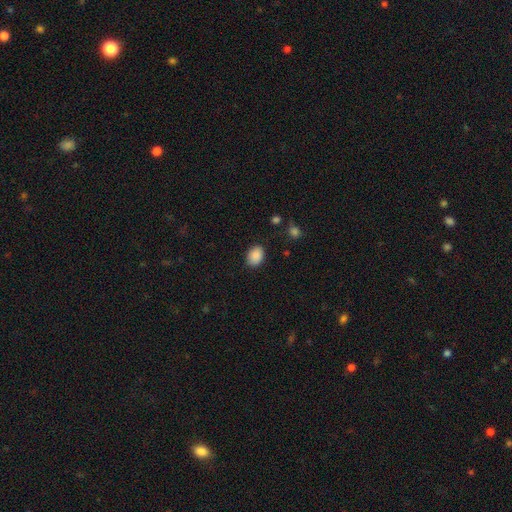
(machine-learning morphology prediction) Smooth or featured? Predicted: smooth (p=0.89). How rounded? Predicted: in between (p=0.71). Merging? Predicted: none (p=0.85).